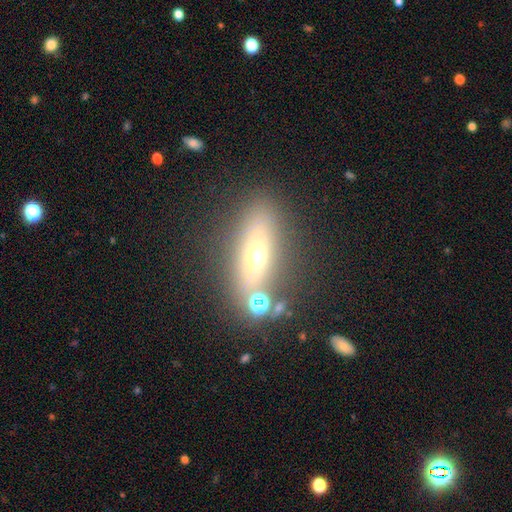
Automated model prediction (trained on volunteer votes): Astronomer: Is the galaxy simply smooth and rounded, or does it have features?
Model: smooth — 46% (runner-up: featured or disk, 41%).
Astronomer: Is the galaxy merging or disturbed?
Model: none — 72%.